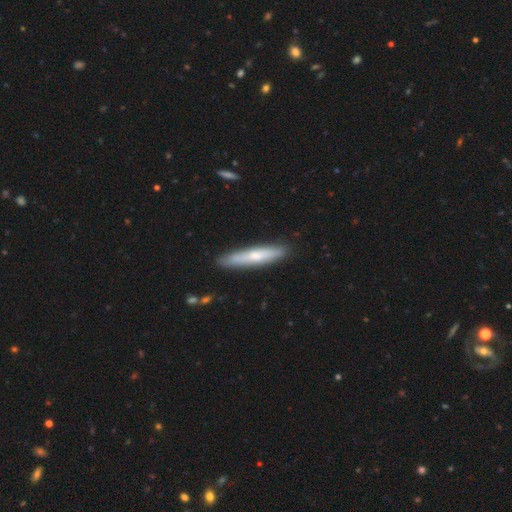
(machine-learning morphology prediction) Overall: smooth (59%; featured or disk 35%). How rounded: cigar-shaped (90%). Merging: none (87%).